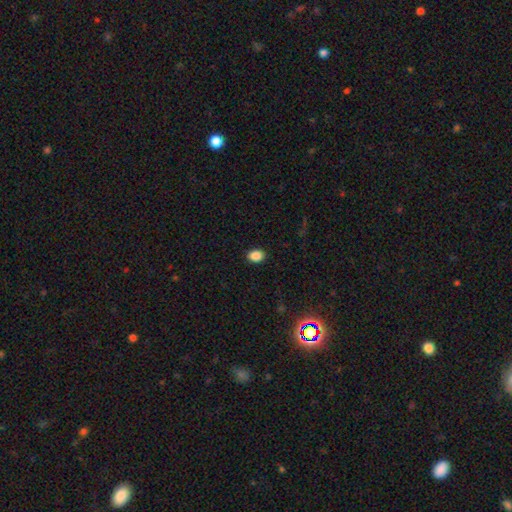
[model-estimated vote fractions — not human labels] Smooth or featured? Predicted: smooth (p=0.88). How rounded? Predicted: in between (p=0.68). Merging? Predicted: none (p=0.90).